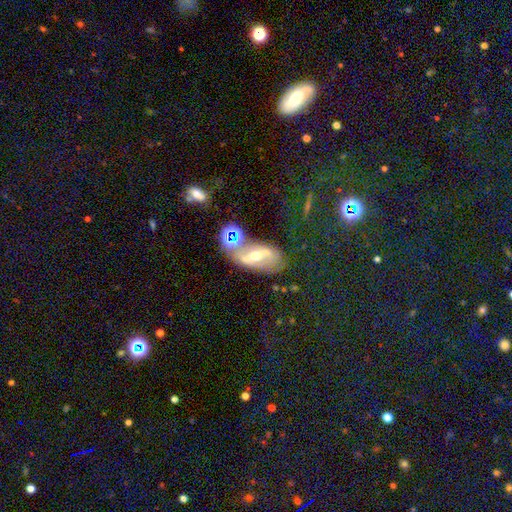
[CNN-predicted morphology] featured or disk 66%, smooth 20%, star or artifact 15%. Down the decision tree: edge-on disk — no (85%); bar — strong (48%); spiral arms — yes (62%); bulge size — moderate (61%); merging — none (51%).